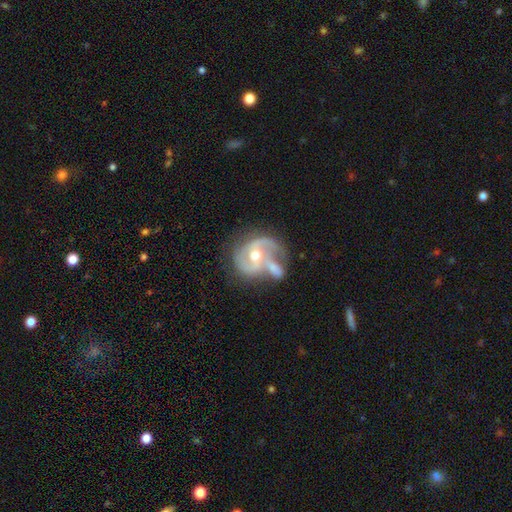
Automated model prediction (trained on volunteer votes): smooth_or_featured: featured or disk (p=0.83) [alt: smooth p=0.12]
disk_edge_on: no (p=0.98) [alt: yes p=0.02]
bar: no (p=0.50) [alt: weak p=0.38]
has_spiral_arms: yes (p=0.91) [alt: no p=0.09]
spiral_winding: medium (p=0.52) [alt: loose p=0.25]
spiral_arm_count: 2 (p=0.74) [alt: can't tell p=0.09]
bulge_size: moderate (p=0.75) [alt: small p=0.17]
merging: merger (p=0.43) [alt: none p=0.28]